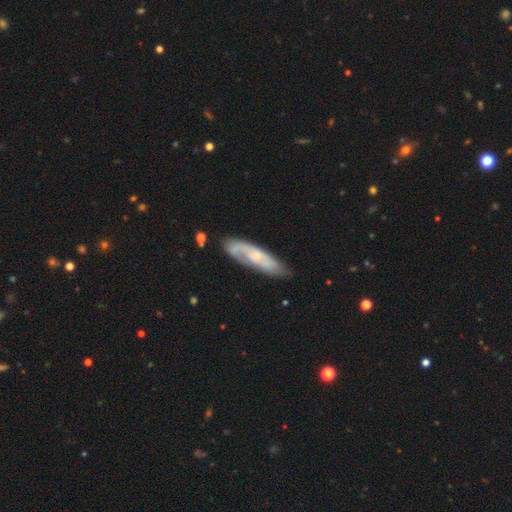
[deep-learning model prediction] smooth_or_featured: featured or disk (p=0.62) [alt: smooth p=0.31]
disk_edge_on: no (p=0.75) [alt: yes p=0.25]
merging: none (p=0.71) [alt: minor disturbance p=0.21]